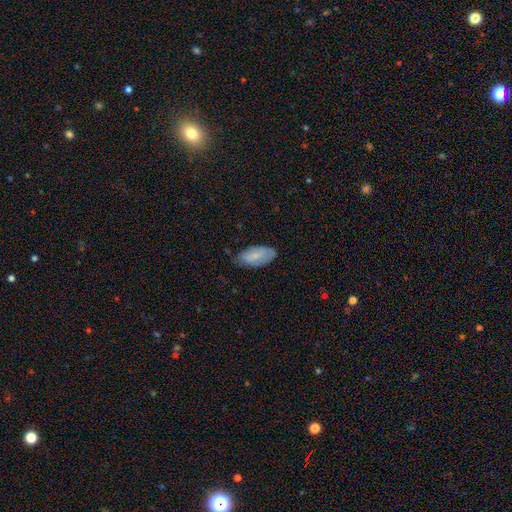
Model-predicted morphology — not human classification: Smooth or featured?
  - smooth: 75% *
  - featured or disk: 19%
  - star or artifact: 6%
How rounded?
  - in between: 91% *
  - cigar-shaped: 7%
  - round: 2%
Merging?
  - none: 69% *
  - minor disturbance: 26%
  - major disturbance: 4%
  - merger: 1%